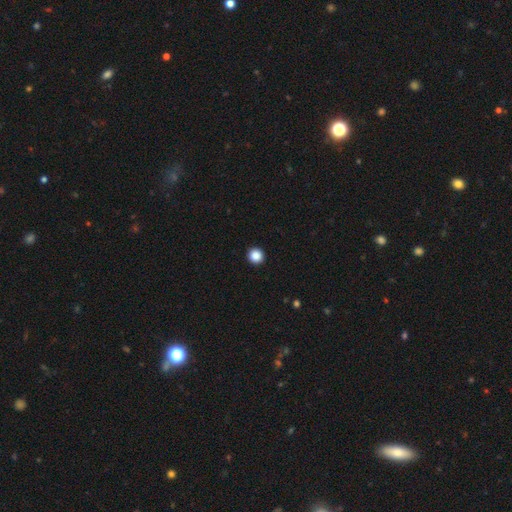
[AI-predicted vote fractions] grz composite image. It shows a smooth galaxy with no disk features (88%) that is round (96%). Merging: none (94%).